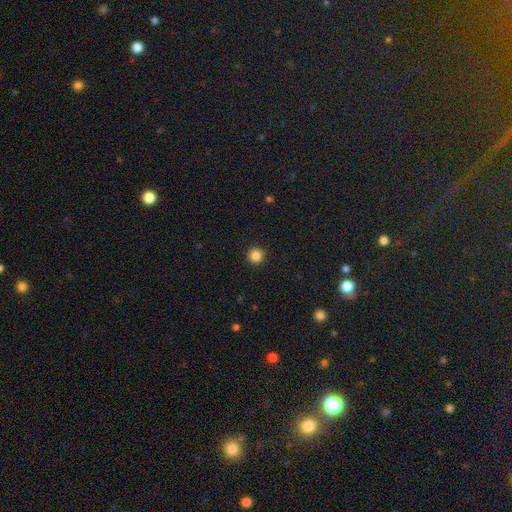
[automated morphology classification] Smooth or featured? smooth (85%)
How rounded? round (96%)
Merging? none (93%)